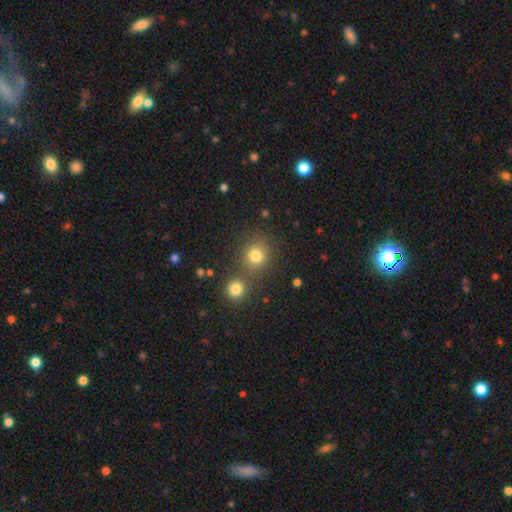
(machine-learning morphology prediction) smooth_or_featured: smooth (p=0.78) [alt: star or artifact p=0.15]
how_rounded: round (p=0.83) [alt: in between p=0.16]
merging: none (p=0.65) [alt: merger p=0.23]